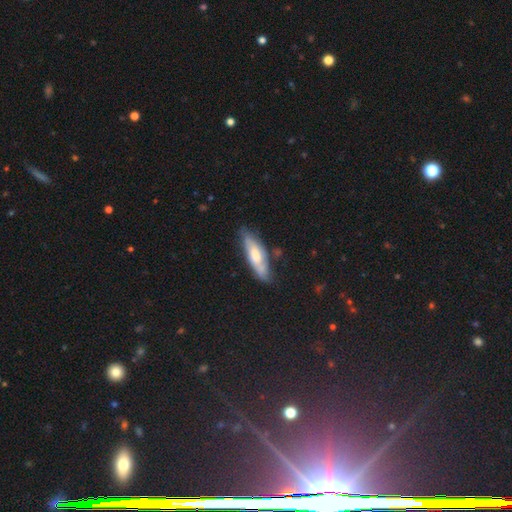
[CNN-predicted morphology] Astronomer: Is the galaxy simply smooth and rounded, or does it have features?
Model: featured or disk — 47% (runner-up: smooth, 46%).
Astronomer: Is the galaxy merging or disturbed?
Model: none — 68%.